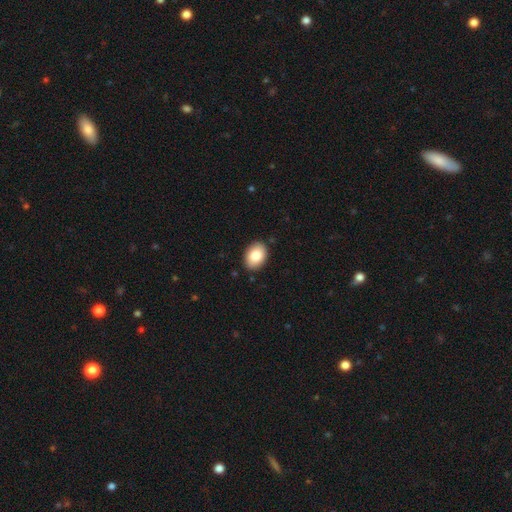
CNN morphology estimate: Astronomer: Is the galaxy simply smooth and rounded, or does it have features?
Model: smooth — 84%.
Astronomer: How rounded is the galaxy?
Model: in between — 80%.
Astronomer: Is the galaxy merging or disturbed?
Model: none — 89%.